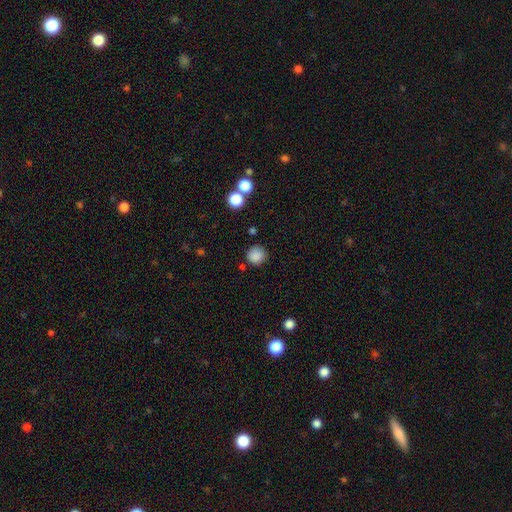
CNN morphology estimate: type=smooth (85%); roundness=round (93%); merging=none (82%).